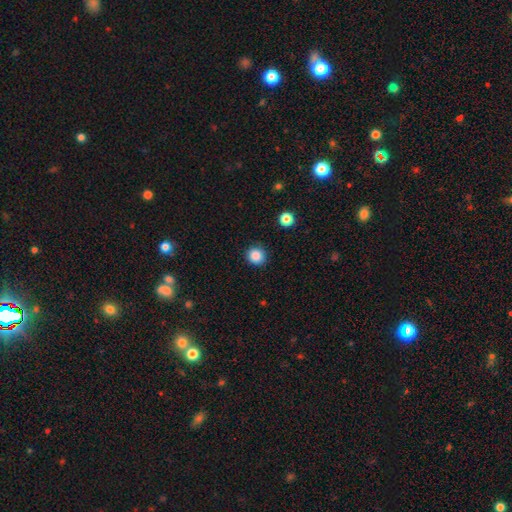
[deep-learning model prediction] The model was most divided on "smooth or featured": smooth: 86%, star or artifact: 11%, featured or disk: 3%. More confident: how rounded — round (91%); merging — none (90%).